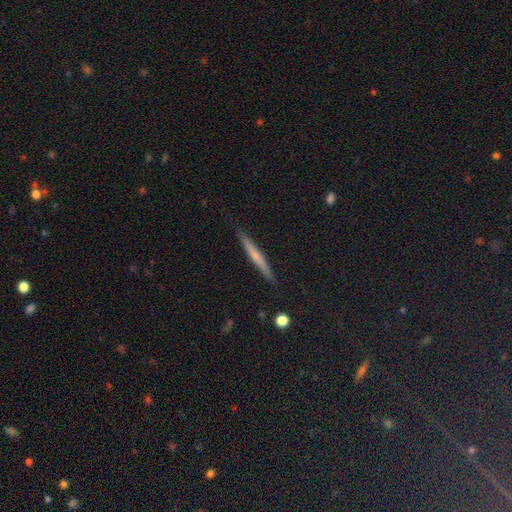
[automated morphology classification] smooth 47%, featured or disk 46%, star or artifact 7%. Down the decision tree: merging — none (90%).